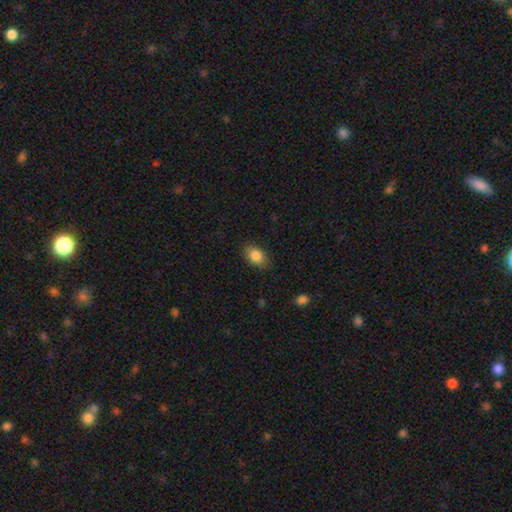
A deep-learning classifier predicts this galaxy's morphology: Smooth or featured: smooth — 85% (star or artifact — 8%)
How rounded: in between — 83% (round — 16%)
Merging: none — 84% (minor disturbance — 12%)